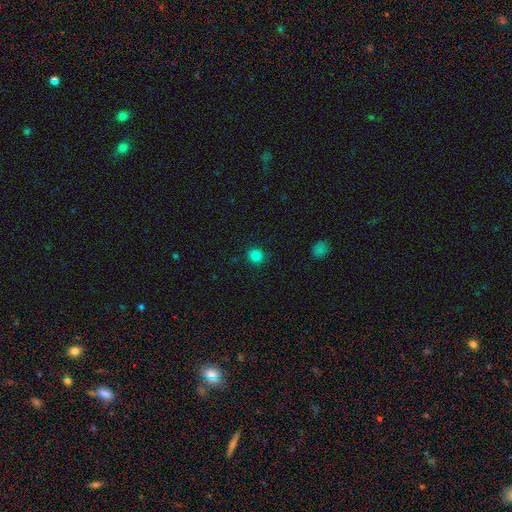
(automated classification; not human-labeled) Smooth or featured: smooth — 83% (star or artifact — 13%)
How rounded: round — 88% (in between — 11%)
Merging: none — 89% (minor disturbance — 7%)